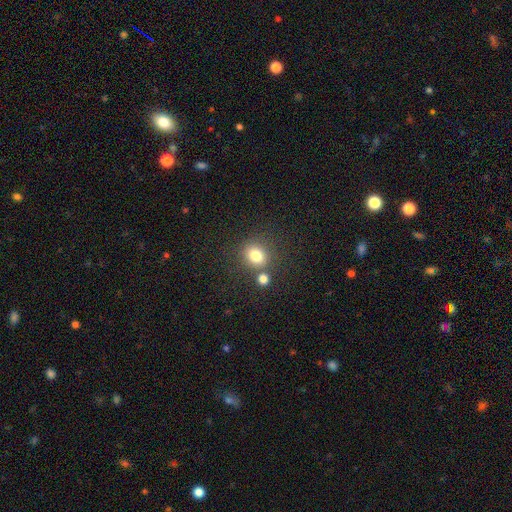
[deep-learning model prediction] Smooth or featured? smooth (78%)
How rounded? round (72%)
Merging? none (68%)